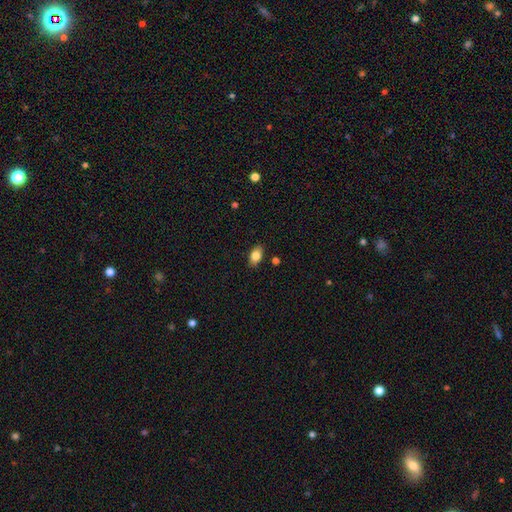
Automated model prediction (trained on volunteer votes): Smooth or featured? smooth (82%)
How rounded? in between (88%)
Merging? none (86%)